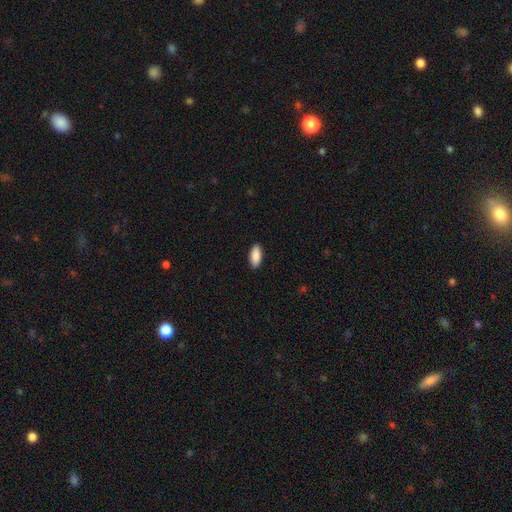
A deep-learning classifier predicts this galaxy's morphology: Smooth or featured? Predicted: smooth (p=0.90). How rounded? Predicted: in between (p=0.87). Merging? Predicted: none (p=0.90).